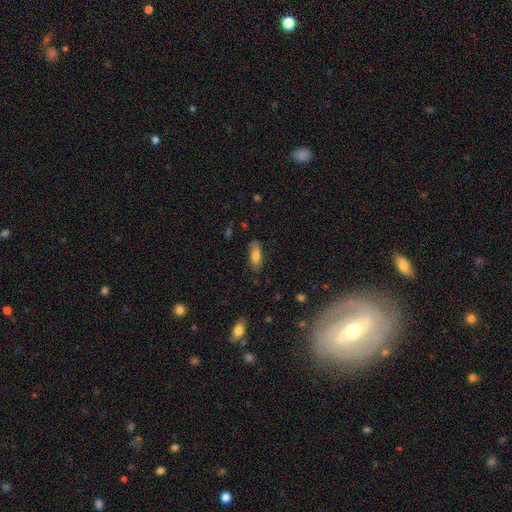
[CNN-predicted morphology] A smooth galaxy with no disk features (78%) that is in between round and cigar-shaped (71%). Merging: none (82%).